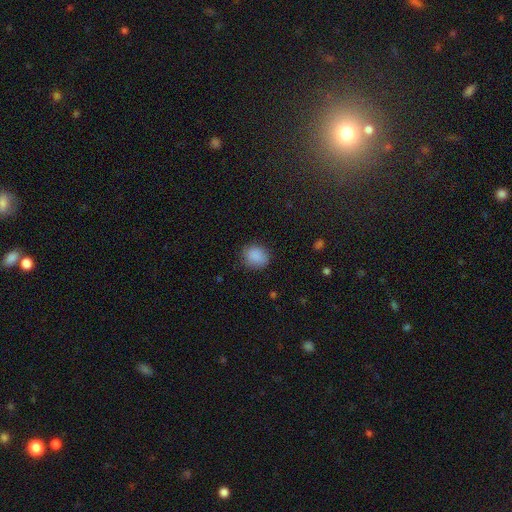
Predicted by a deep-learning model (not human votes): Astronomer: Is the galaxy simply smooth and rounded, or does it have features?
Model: smooth — 88%.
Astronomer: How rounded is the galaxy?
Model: round — 64%.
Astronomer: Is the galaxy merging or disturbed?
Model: none — 83%.